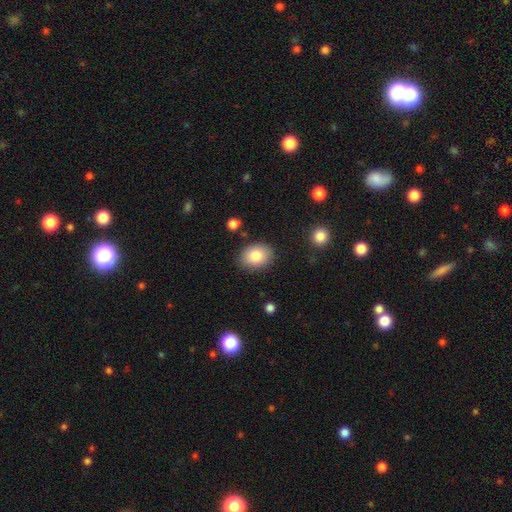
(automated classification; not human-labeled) Overall: smooth (84%). How rounded: in between (69%; round 30%). Merging: none (84%).